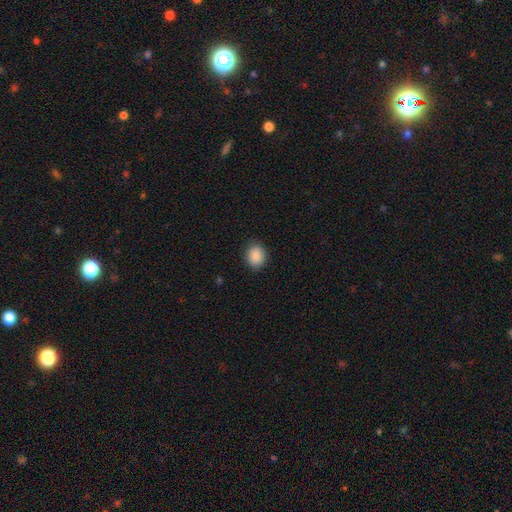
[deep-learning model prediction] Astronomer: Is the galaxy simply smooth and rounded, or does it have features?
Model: smooth — 89%.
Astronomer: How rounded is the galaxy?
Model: round — 52% (runner-up: in between, 47%).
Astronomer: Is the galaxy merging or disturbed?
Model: none — 89%.